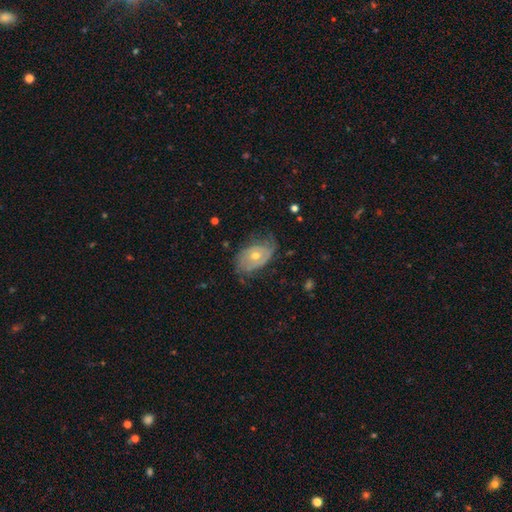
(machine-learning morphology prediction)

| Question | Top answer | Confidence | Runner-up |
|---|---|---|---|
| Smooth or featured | featured or disk | 70% | smooth (22%) |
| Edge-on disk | no | 94% | yes (6%) |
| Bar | no | 79% | weak (17%) |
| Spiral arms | yes | 72% | no (28%) |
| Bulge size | moderate | 62% | small (34%) |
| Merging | none | 59% | minor disturbance (26%) |